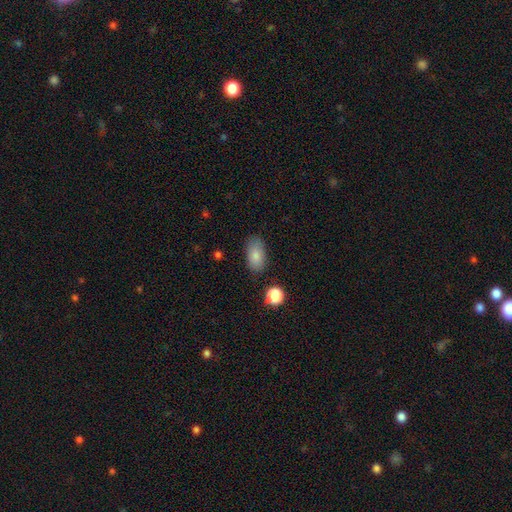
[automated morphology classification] This is clearly a smooth galaxy (83%). How rounded: clearly in between (91%). Merging: likely none (80%).